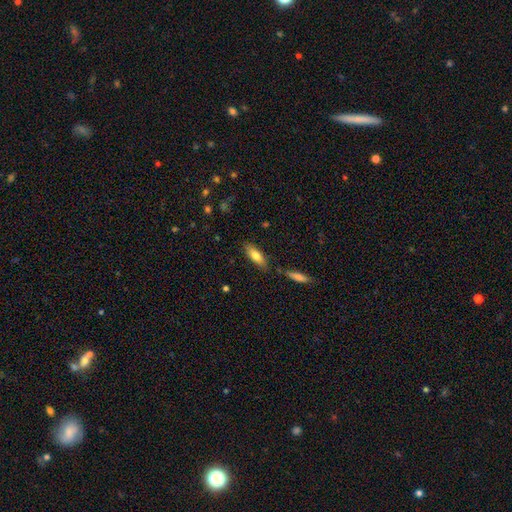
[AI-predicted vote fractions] The model was most divided on "how rounded": in between: 61%, cigar-shaped: 37%, round: 2%. More confident: merging — none (79%); smooth or featured — smooth (74%).